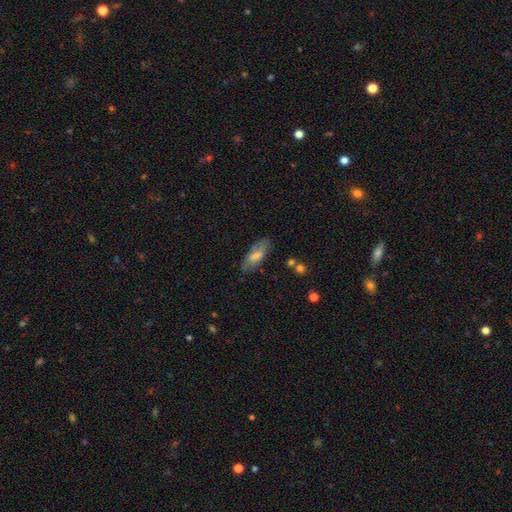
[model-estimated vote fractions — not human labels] smooth 58%, featured or disk 34%, star or artifact 8%. Down the decision tree: how rounded — in between (68%); merging — none (77%).